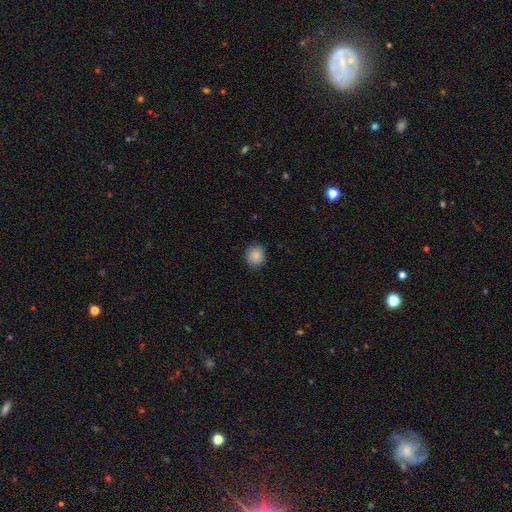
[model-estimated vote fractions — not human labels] Overall: smooth (87%). How rounded: round (79%). Merging: none (82%).